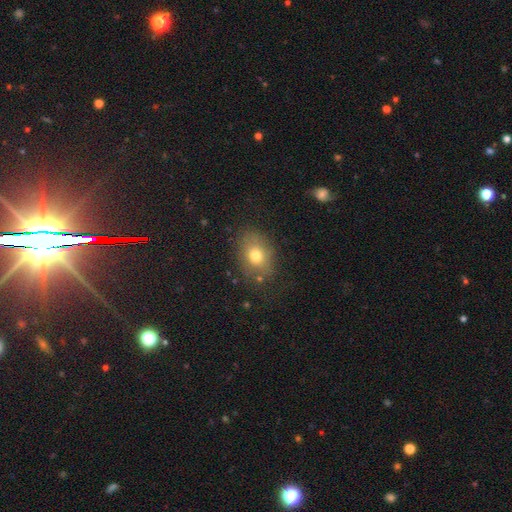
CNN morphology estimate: Overall: smooth (73%). How rounded: in between (68%; round 31%). Merging: none (77%).